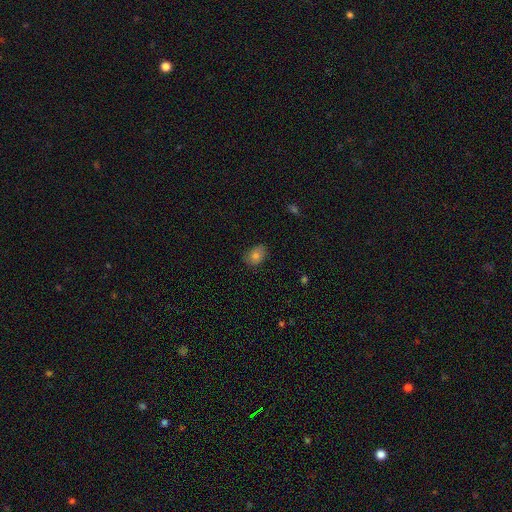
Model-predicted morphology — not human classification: Smooth or featured?
  - smooth: 77% *
  - featured or disk: 13%
  - star or artifact: 10%
How rounded?
  - in between: 75% *
  - round: 23%
  - cigar-shaped: 1%
Merging?
  - none: 75% *
  - minor disturbance: 20%
  - major disturbance: 4%
  - merger: 1%